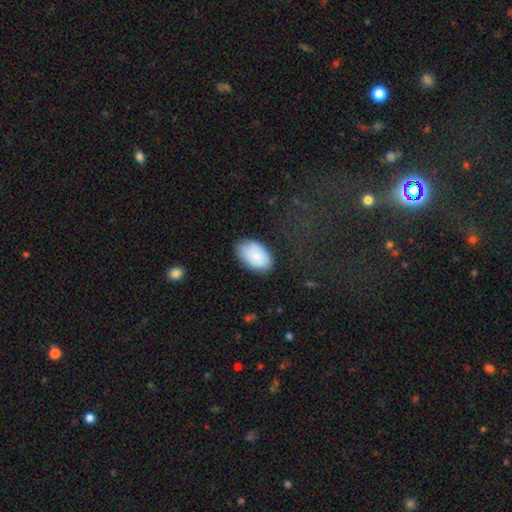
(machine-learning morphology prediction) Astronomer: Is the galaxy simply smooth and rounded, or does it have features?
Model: smooth — 81%.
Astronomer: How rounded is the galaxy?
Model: in between — 93%.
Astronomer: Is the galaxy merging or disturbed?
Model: none — 77%.